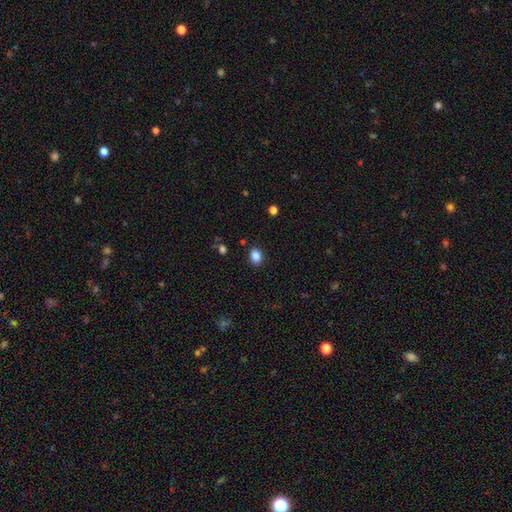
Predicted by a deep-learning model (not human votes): Smooth or featured? Predicted: smooth (p=0.86). How rounded? Predicted: in between (p=0.62). Merging? Predicted: none (p=0.86).